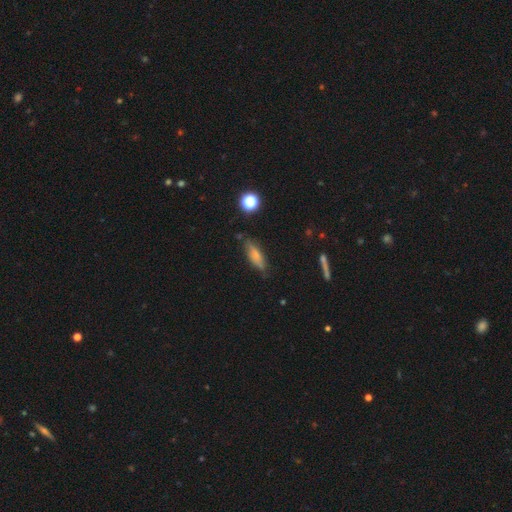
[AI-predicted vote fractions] Smooth or featured? smooth (65%)
How rounded? cigar-shaped (51%)
Merging? none (75%)